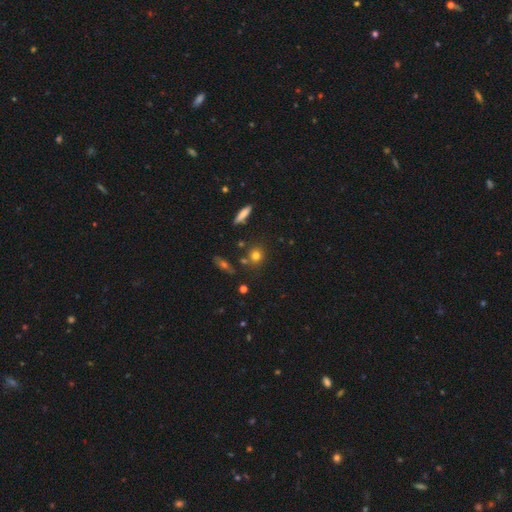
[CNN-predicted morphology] Smooth or featured? Predicted: smooth (p=0.75). How rounded? Predicted: round (p=0.78). Merging? Predicted: none (p=0.74).